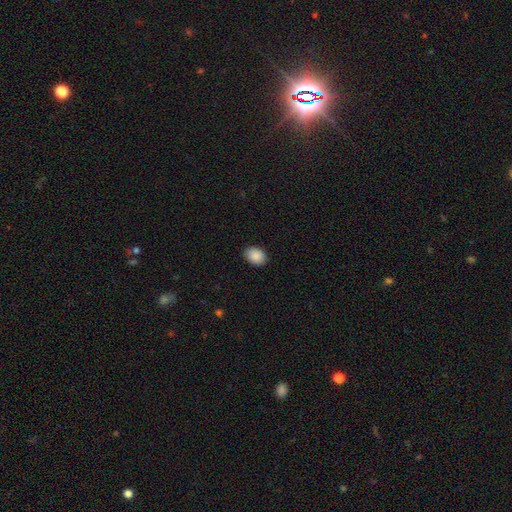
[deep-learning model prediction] A smooth galaxy with no disk features (89%) that is in between round and cigar-shaped (71%). Merging: none (85%).